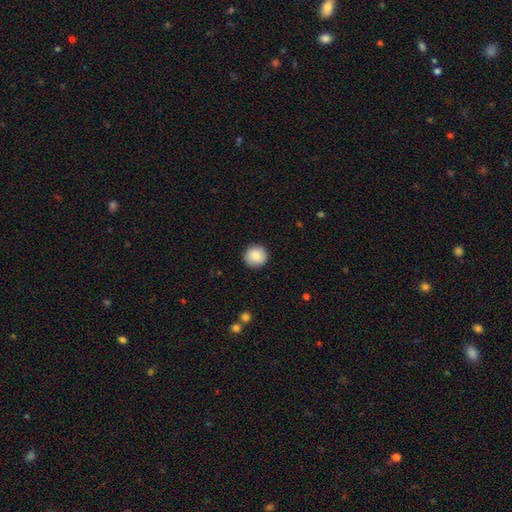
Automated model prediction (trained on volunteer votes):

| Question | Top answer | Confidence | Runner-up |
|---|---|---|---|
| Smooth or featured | smooth | 87% | star or artifact (7%) |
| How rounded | round | 94% | in between (5%) |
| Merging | none | 91% | minor disturbance (6%) |